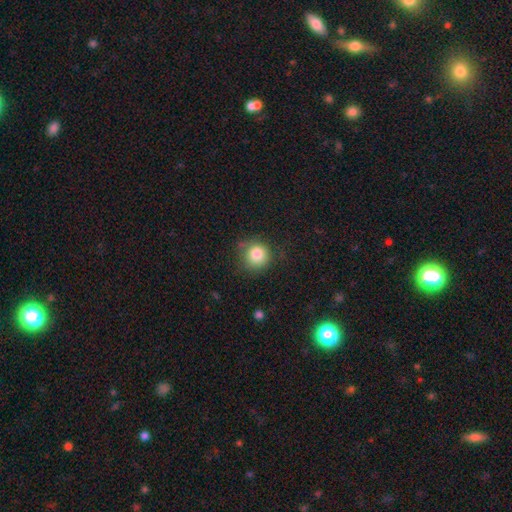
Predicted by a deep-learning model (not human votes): Smooth or featured?
  - smooth: 82% *
  - star or artifact: 11%
  - featured or disk: 7%
How rounded?
  - round: 91% *
  - in between: 8%
  - cigar-shaped: 1%
Merging?
  - none: 74% *
  - minor disturbance: 18%
  - major disturbance: 5%
  - merger: 3%